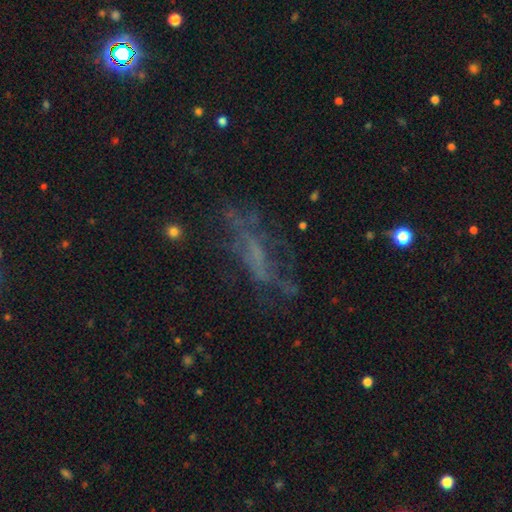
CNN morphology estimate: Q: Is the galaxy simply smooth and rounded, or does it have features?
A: featured or disk — 49%.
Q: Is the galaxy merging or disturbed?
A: none — 52%.